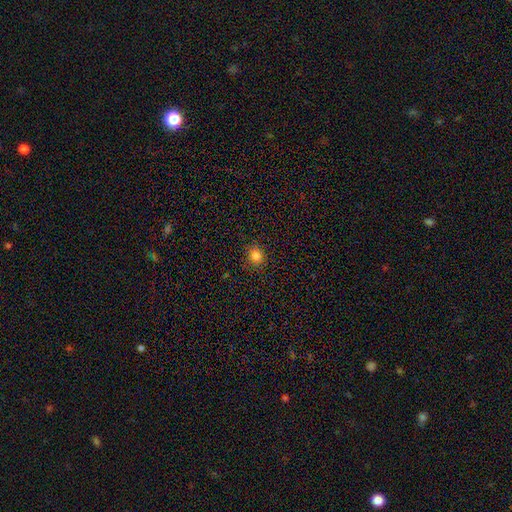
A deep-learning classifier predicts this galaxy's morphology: A smooth galaxy with no disk features (82%) that is round (77%). Merging: none (89%).